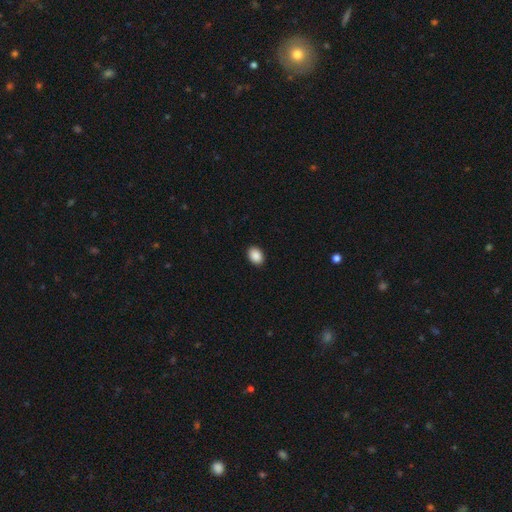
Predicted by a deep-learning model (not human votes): Overall: smooth (89%). How rounded: in between (71%). Merging: none (91%).